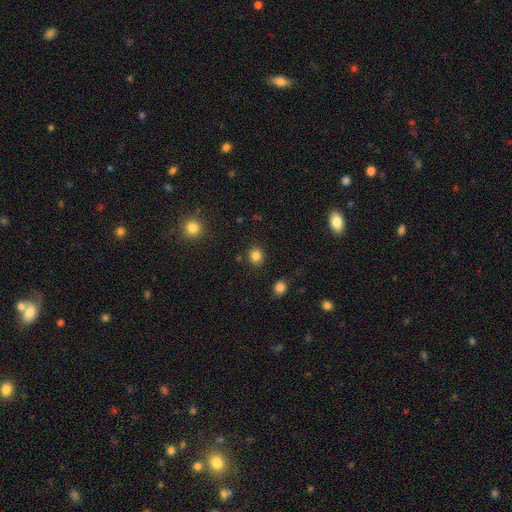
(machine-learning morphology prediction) The model was most divided on "how rounded": round: 70%, in between: 29%, cigar-shaped: 1%. More confident: merging — none (87%); smooth or featured — smooth (84%).